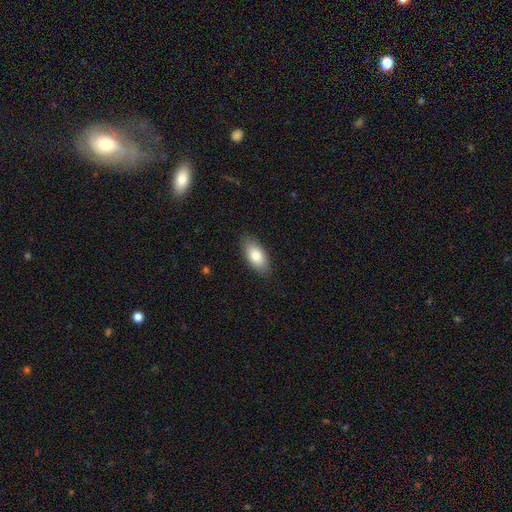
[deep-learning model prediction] Overall: smooth (83%). How rounded: in between (89%). Merging: none (86%).